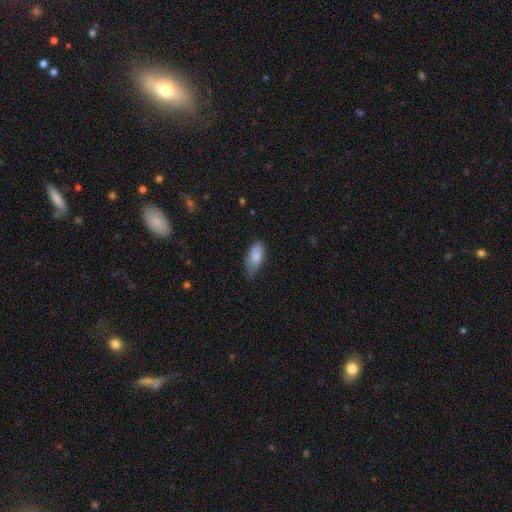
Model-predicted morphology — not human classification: smooth_or_featured: smooth (p=0.81) [alt: featured or disk p=0.13]
how_rounded: in between (p=0.89) [alt: cigar-shaped p=0.08]
merging: none (p=0.50) [alt: minor disturbance p=0.39]